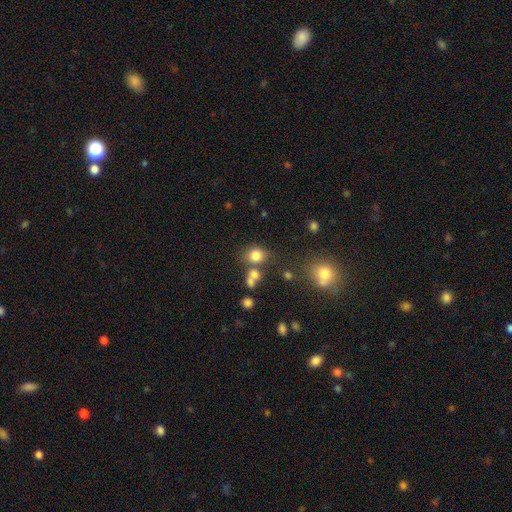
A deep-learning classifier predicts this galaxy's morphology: This is likely a smooth galaxy (77%). How rounded: likely round (67%). Merging: likely none (62%).